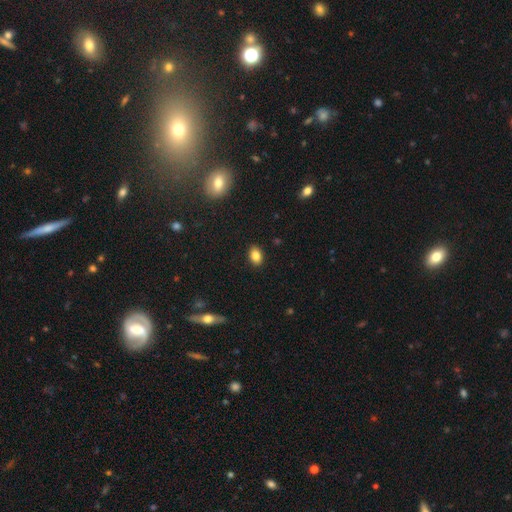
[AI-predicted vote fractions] Smooth or featured? Predicted: smooth (p=0.84). How rounded? Predicted: in between (p=0.81). Merging? Predicted: none (p=0.89).